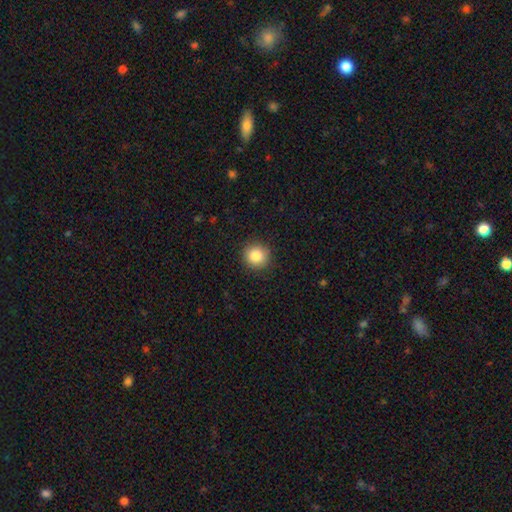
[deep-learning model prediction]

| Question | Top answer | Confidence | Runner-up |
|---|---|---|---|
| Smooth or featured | smooth | 85% | star or artifact (10%) |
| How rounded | round | 93% | in between (6%) |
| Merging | none | 91% | minor disturbance (6%) |